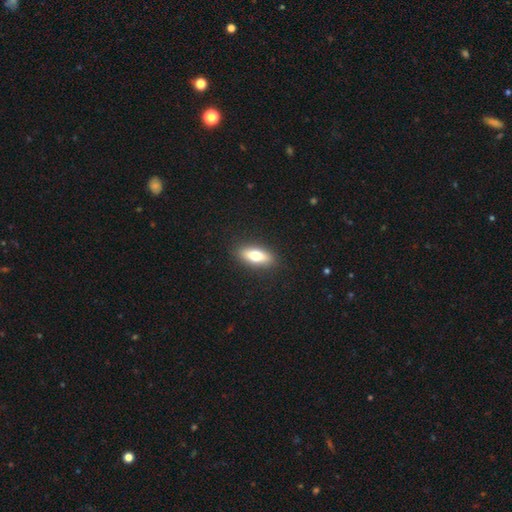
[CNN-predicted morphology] smooth_or_featured: smooth (p=0.72) [alt: featured or disk p=0.21]
how_rounded: in between (p=0.72) [alt: cigar-shaped p=0.25]
merging: none (p=0.89) [alt: minor disturbance p=0.08]